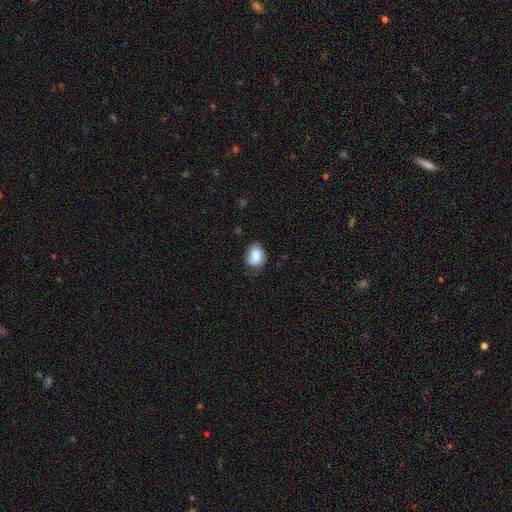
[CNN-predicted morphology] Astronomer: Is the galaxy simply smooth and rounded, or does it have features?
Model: smooth — 74%.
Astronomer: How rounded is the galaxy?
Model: in between — 72%.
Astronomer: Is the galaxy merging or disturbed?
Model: none — 65%.